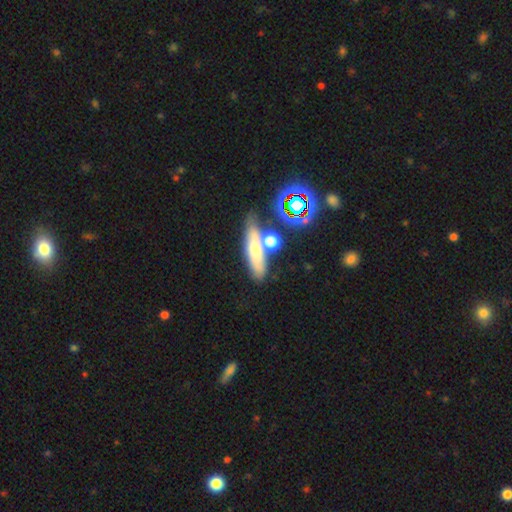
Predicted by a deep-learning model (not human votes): Smooth or featured?
  - smooth: 60% *
  - featured or disk: 22%
  - star or artifact: 18%
How rounded?
  - cigar-shaped: 47% *
  - in between: 38%
  - round: 15%
Merging?
  - none: 57% *
  - merger: 24%
  - minor disturbance: 13%
  - major disturbance: 6%